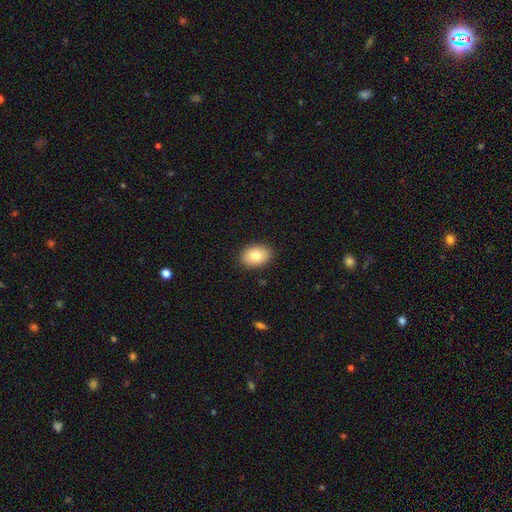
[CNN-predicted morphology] A smooth galaxy with no disk features (81%) that is in between round and cigar-shaped (81%). Merging: none (88%).